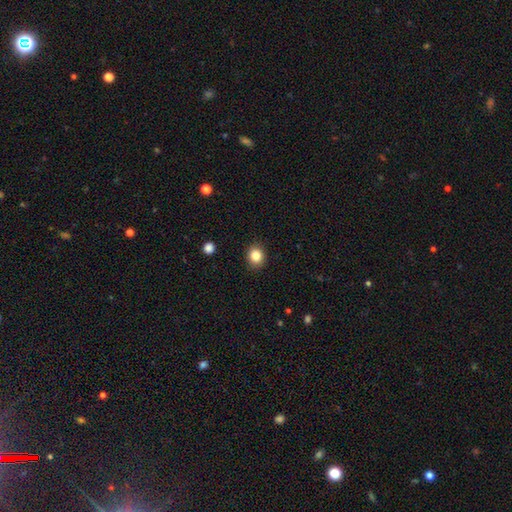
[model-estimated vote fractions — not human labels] This appears to be a smooth galaxy with no disk features (84%) that is round (72%). Merging: none (89%).